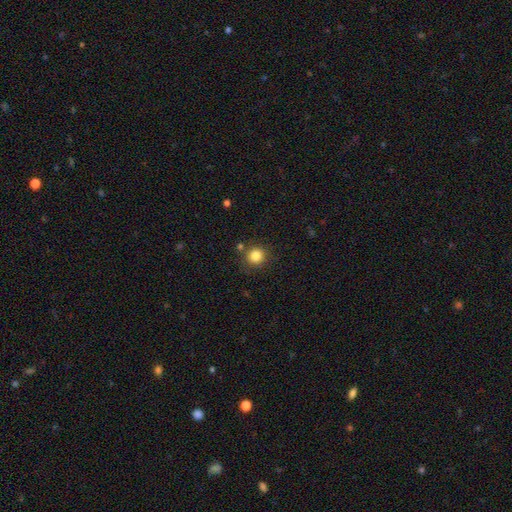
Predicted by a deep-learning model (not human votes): smooth-or-featured: smooth: 83% | star or artifact: 12% | featured or disk: 5%
  how-rounded: round: 91% | in between: 8% | cigar-shaped: 1%
  merging: none: 83% | minor disturbance: 9% | merger: 6% | major disturbance: 3%